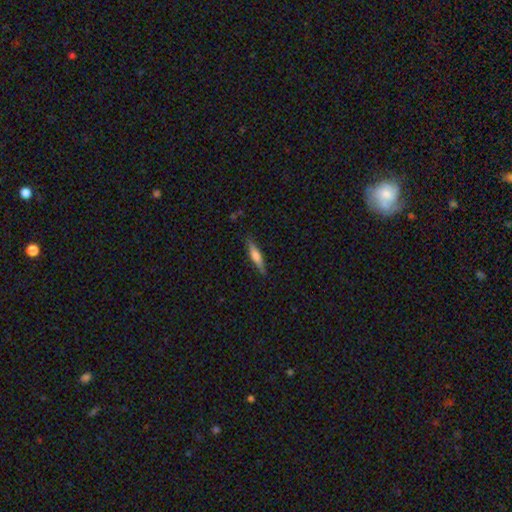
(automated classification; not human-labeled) A smooth galaxy with no disk features (53%) that is cigar-shaped (83%).

Vote fractions:
- Smooth or featured? smooth: 53% / featured or disk: 41% / star or artifact: 6%
- How rounded? cigar-shaped: 83% / in between: 15% / round: 2%
- Merging? none: 86% / minor disturbance: 11% / major disturbance: 2% / merger: 1%